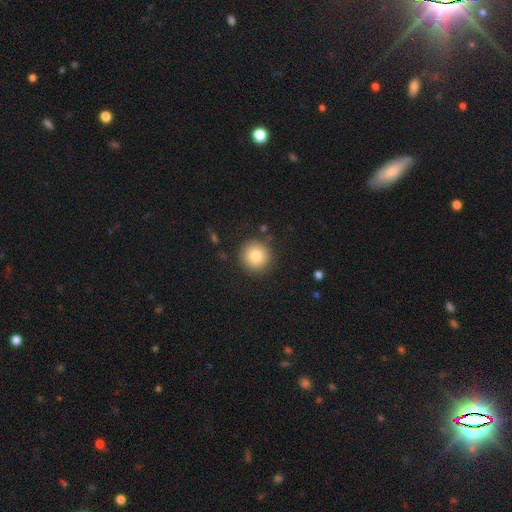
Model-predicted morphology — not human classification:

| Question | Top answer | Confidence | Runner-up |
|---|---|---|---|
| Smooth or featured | smooth | 83% | star or artifact (9%) |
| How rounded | round | 95% | in between (4%) |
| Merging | none | 89% | minor disturbance (7%) |